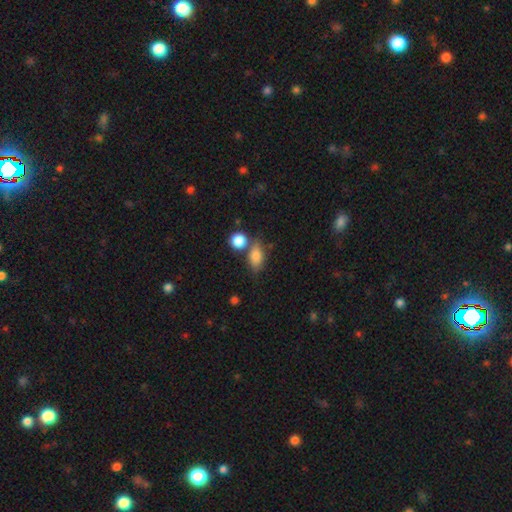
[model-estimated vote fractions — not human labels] Smooth or featured: smooth — 82% (featured or disk — 9%)
How rounded: in between — 81% (round — 14%)
Merging: none — 55% (merger — 24%)